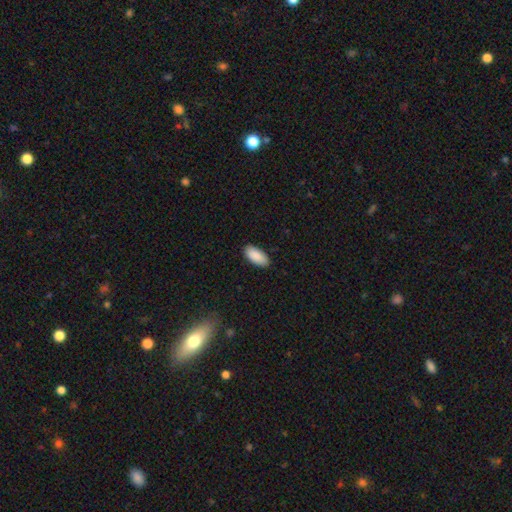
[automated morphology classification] smooth 91%, star or artifact 6%, featured or disk 4%. Down the decision tree: how rounded — in between (93%); merging — none (88%).